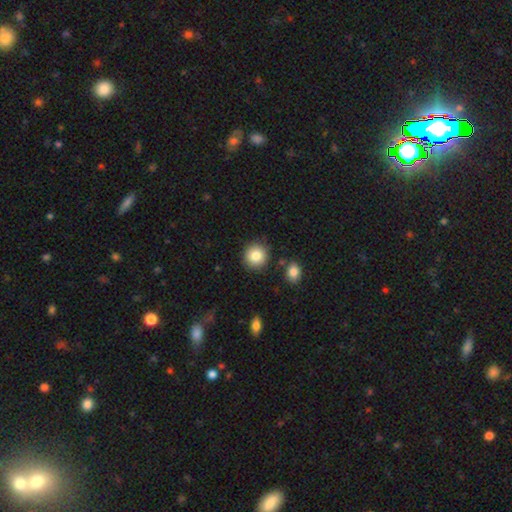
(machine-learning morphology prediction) Overall: smooth (83%). How rounded: round (91%). Merging: none (87%).